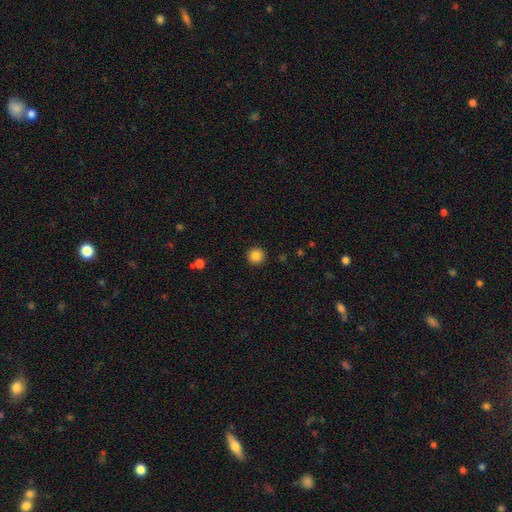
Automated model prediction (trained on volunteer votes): Smooth or featured? Predicted: smooth (p=0.85). How rounded? Predicted: round (p=0.95). Merging? Predicted: none (p=0.93).